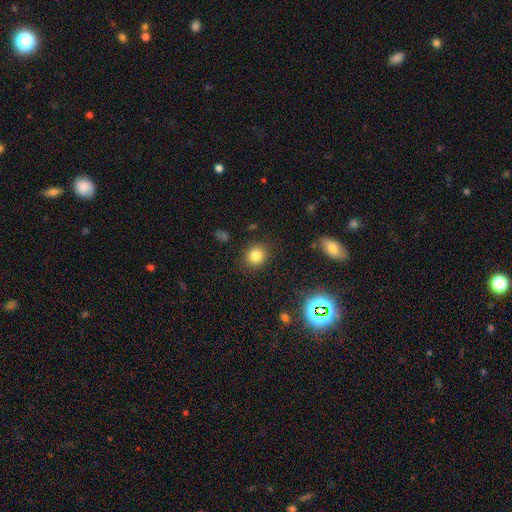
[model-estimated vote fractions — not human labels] Smooth or featured? Predicted: smooth (p=0.81). How rounded? Predicted: round (p=0.77). Merging? Predicted: none (p=0.88).